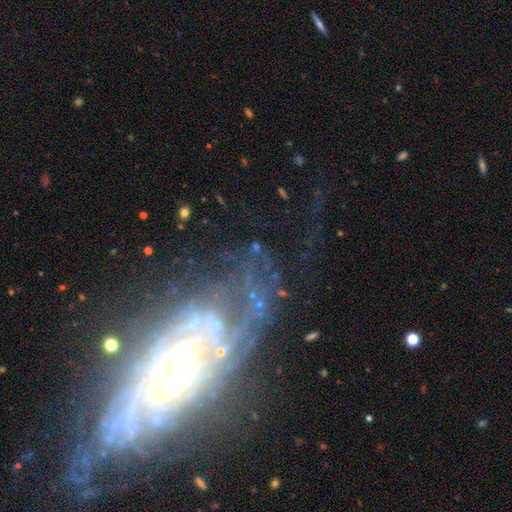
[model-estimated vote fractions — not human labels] This appears to be a featured or disk galaxy (77%) with no bar (56%), tight (59%) spiral arms (83%) and a small central bulge (55%). Merging: none (57%).